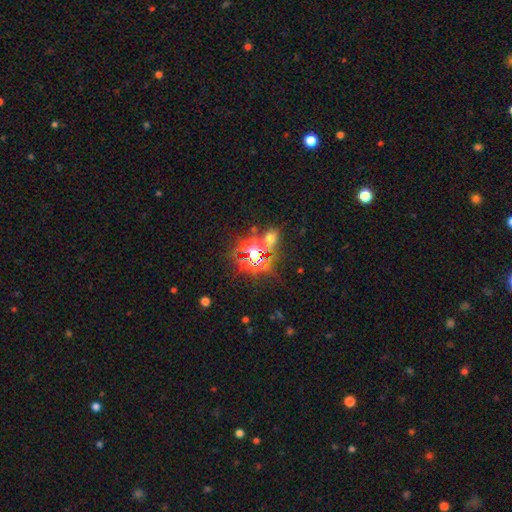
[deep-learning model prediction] Overall: star or artifact (76%).